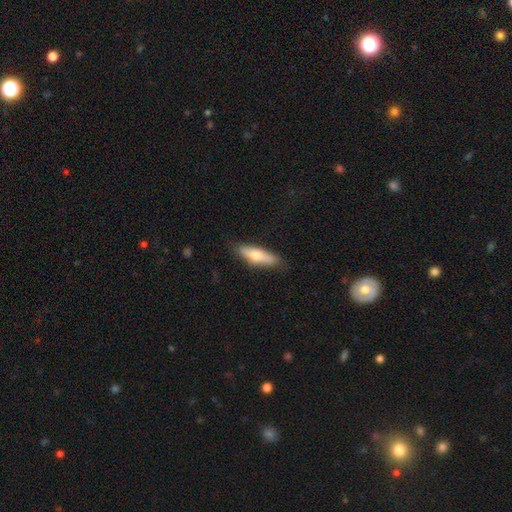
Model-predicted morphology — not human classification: This is likely a smooth galaxy (63%). How rounded: likely cigar-shaped (61%). Merging: clearly none (82%).